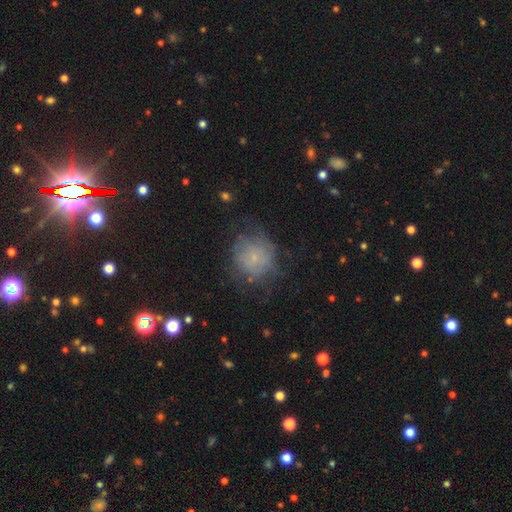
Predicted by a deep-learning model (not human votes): smooth-or-featured: smooth: 54% | featured or disk: 31% | star or artifact: 15%
  how-rounded: round: 85% | in between: 14% | cigar-shaped: 1%
  merging: none: 59% | minor disturbance: 23% | major disturbance: 17% | merger: 2%